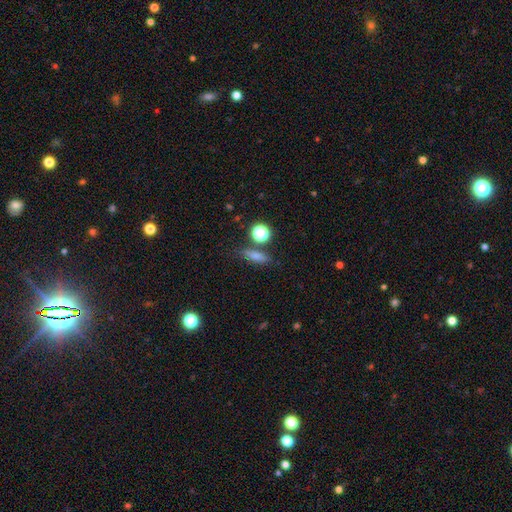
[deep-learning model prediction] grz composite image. It shows a smooth galaxy with no disk features (74%) that is in between round and cigar-shaped (43%). Merging: none (75%).